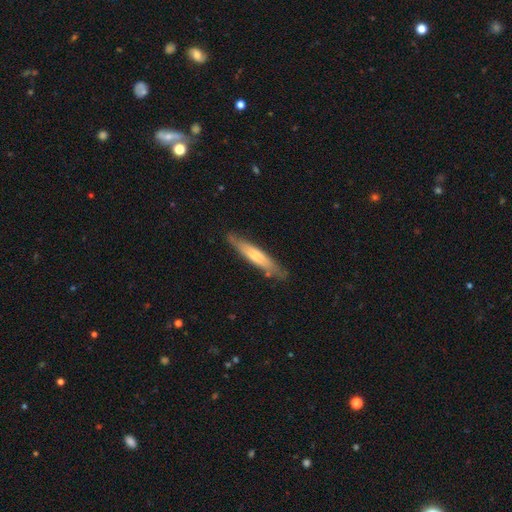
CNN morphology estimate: Smooth or featured?
  - smooth: 59% *
  - featured or disk: 36%
  - star or artifact: 5%
How rounded?
  - cigar-shaped: 88% *
  - in between: 11%
  - round: 1%
Merging?
  - none: 79% *
  - minor disturbance: 16%
  - major disturbance: 3%
  - merger: 2%